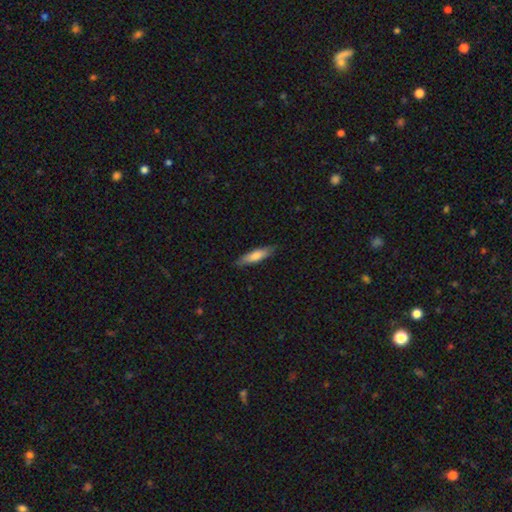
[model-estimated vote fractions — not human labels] Q: Smooth or featured?
A: smooth (73%); runner-up: featured or disk (22%)
Q: How rounded?
A: cigar-shaped (72%); runner-up: in between (26%)
Q: Merging?
A: none (85%); runner-up: minor disturbance (11%)